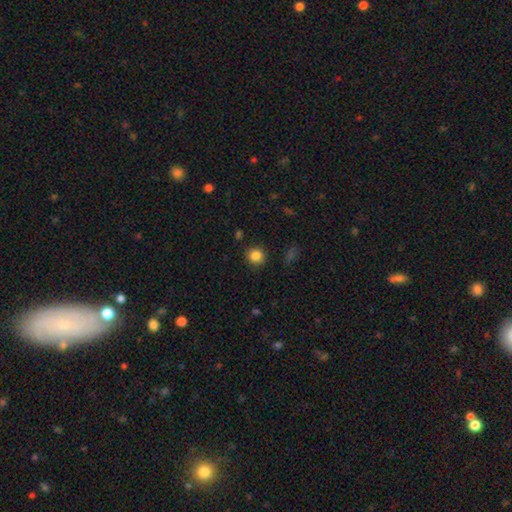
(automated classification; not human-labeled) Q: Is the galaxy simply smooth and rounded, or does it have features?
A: smooth — 84%.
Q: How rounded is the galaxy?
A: round — 91%.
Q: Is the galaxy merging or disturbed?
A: none — 90%.